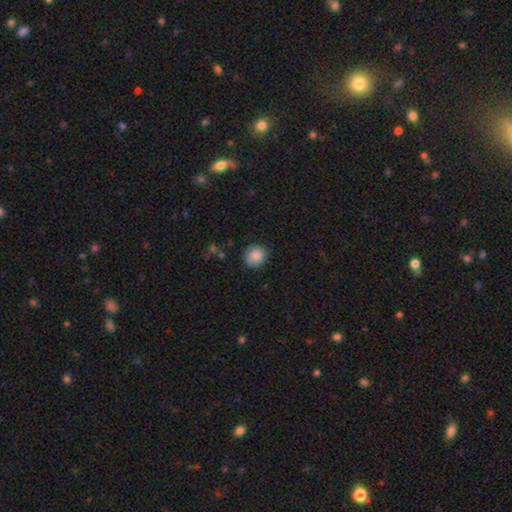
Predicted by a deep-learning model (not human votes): A smooth galaxy with no disk features (86%) that is round (89%). Merging: none (82%).